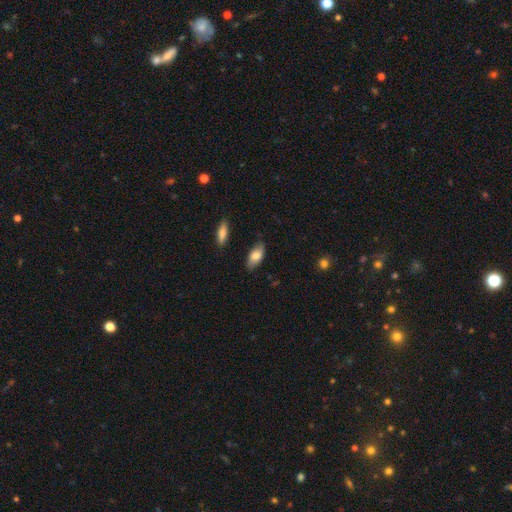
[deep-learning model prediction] smooth-or-featured: smooth: 80% | featured or disk: 14% | star or artifact: 6%
  how-rounded: in between: 90% | cigar-shaped: 8% | round: 3%
  merging: none: 81% | minor disturbance: 14% | major disturbance: 2% | merger: 2%